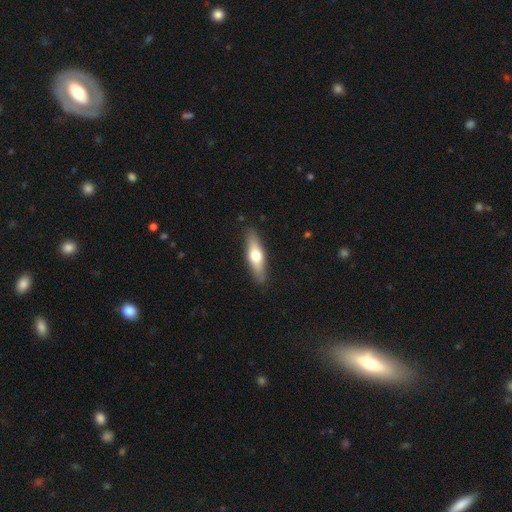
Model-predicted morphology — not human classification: type=smooth (54%); roundness=cigar-shaped (64%); merging=none (88%).